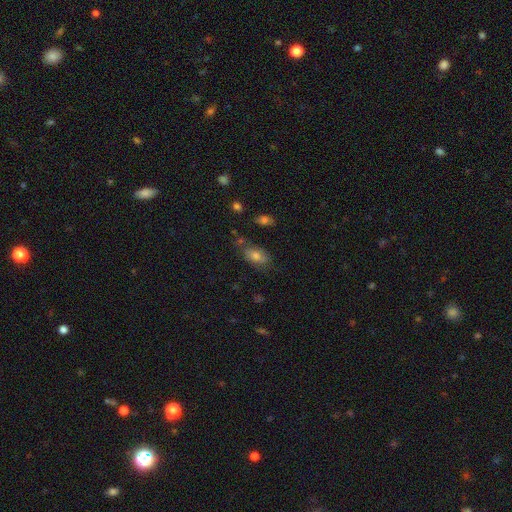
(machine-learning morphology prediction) Overall: smooth (71%). How rounded: in between (87%). Merging: none (66%).